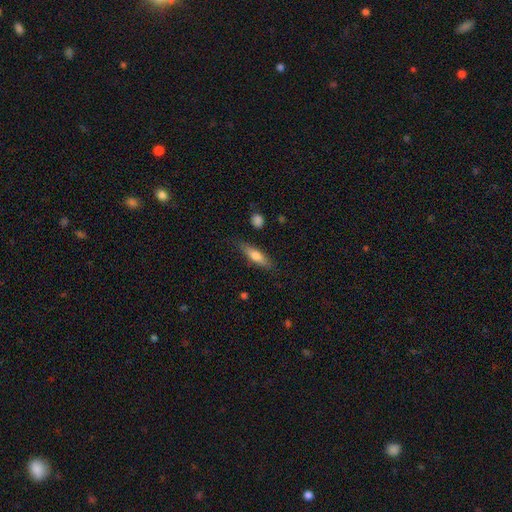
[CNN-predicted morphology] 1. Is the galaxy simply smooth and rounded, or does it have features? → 62% smooth, 31% featured or disk, 6% star or artifact.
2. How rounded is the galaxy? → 68% cigar-shaped, 30% in between, 2% round.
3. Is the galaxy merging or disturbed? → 82% none, 13% minor disturbance, 3% major disturbance, 2% merger.